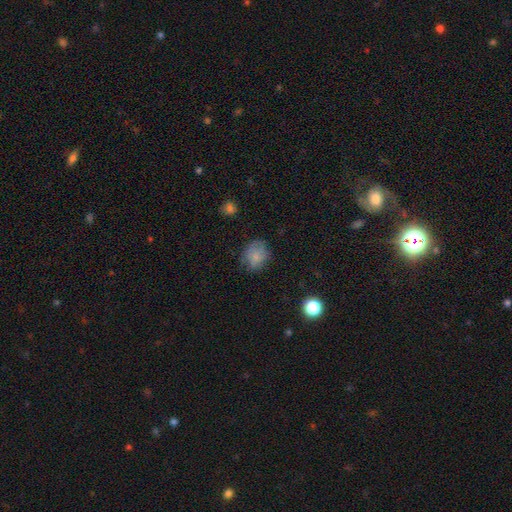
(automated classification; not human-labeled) Q: Smooth or featured?
A: smooth (76%); runner-up: featured or disk (13%)
Q: How rounded?
A: round (65%); runner-up: in between (34%)
Q: Merging?
A: none (66%); runner-up: minor disturbance (24%)